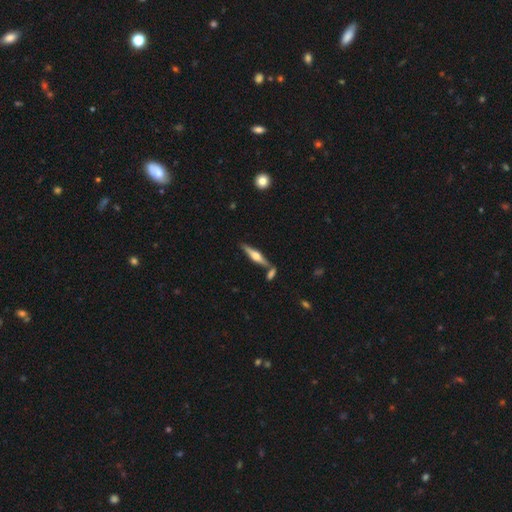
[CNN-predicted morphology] The model was most divided on "smooth or featured": featured or disk: 66%, smooth: 28%, star or artifact: 6%. More confident: edge-on disk — yes (97%); edge-on bulge — rounded (89%); merging — none (76%).